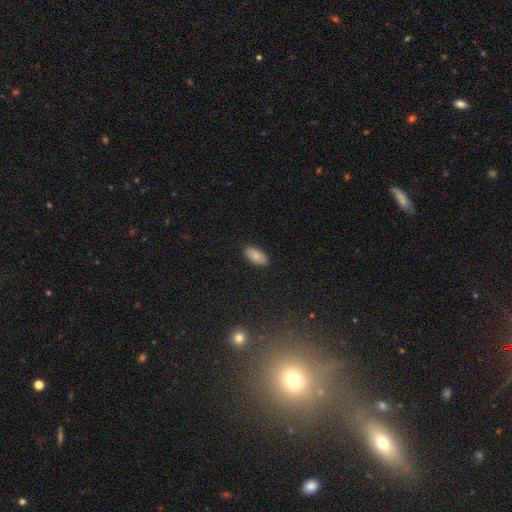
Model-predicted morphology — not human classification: This is clearly a smooth galaxy (81%). How rounded: clearly in between (93%). Merging: clearly none (87%).